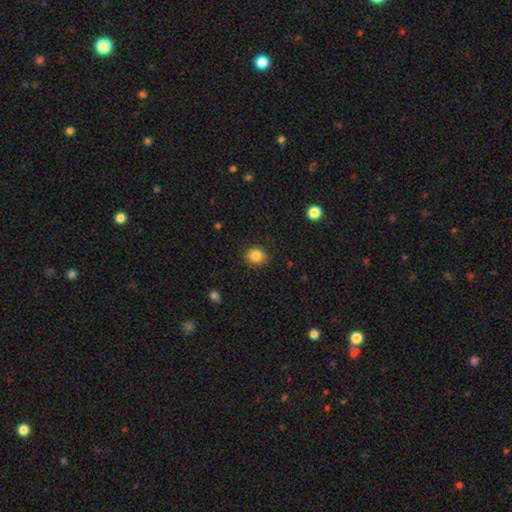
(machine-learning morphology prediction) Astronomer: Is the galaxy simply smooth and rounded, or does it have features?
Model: smooth — 85%.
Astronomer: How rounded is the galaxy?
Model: round — 81%.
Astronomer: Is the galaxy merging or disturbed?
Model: none — 89%.